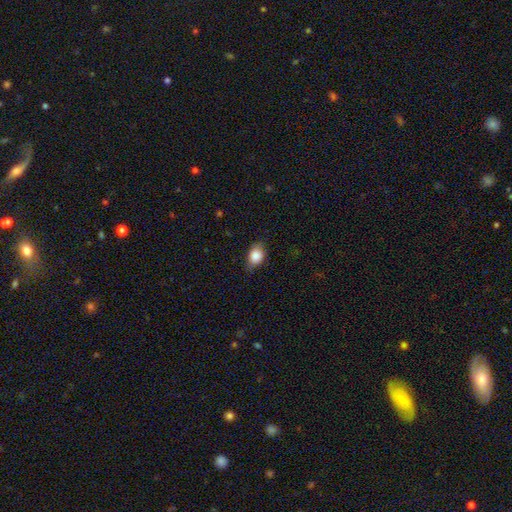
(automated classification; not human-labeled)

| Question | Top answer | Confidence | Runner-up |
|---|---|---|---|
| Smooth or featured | smooth | 83% | featured or disk (9%) |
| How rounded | in between | 70% | round (27%) |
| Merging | none | 73% | minor disturbance (21%) |